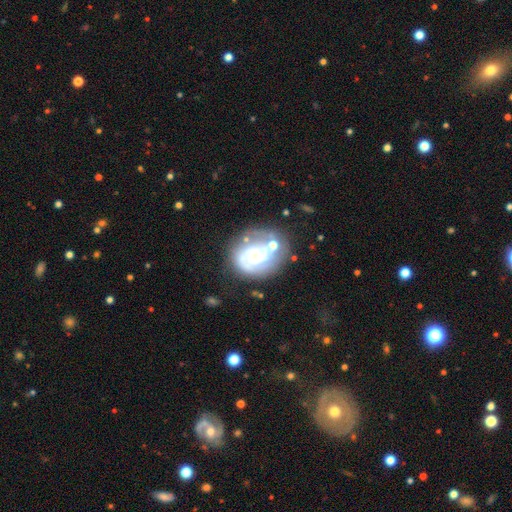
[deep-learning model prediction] smooth_or_featured: featured or disk (p=0.76) [alt: smooth p=0.17]
disk_edge_on: no (p=0.98) [alt: yes p=0.02]
bar: no (p=0.74) [alt: weak p=0.21]
has_spiral_arms: yes (p=0.87) [alt: no p=0.13]
spiral_winding: tight (p=0.60) [alt: medium p=0.29]
spiral_arm_count: 2 (p=0.41) [alt: can't tell p=0.26]
bulge_size: small (p=0.68) [alt: moderate p=0.20]
merging: none (p=0.55) [alt: minor disturbance p=0.20]